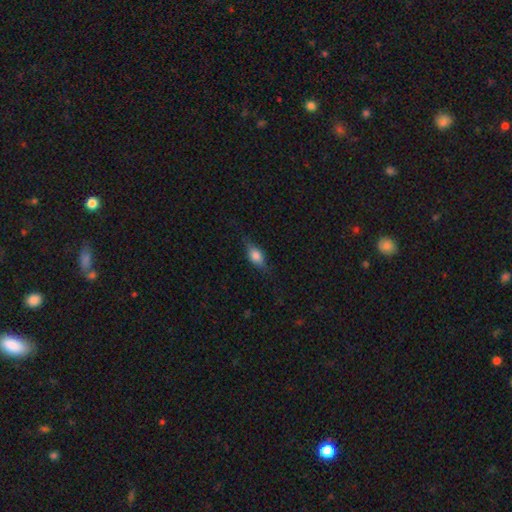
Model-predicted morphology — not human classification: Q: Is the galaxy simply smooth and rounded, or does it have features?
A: smooth — 63%.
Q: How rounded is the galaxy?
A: in between — 75%.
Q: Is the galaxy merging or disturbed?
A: none — 74%.